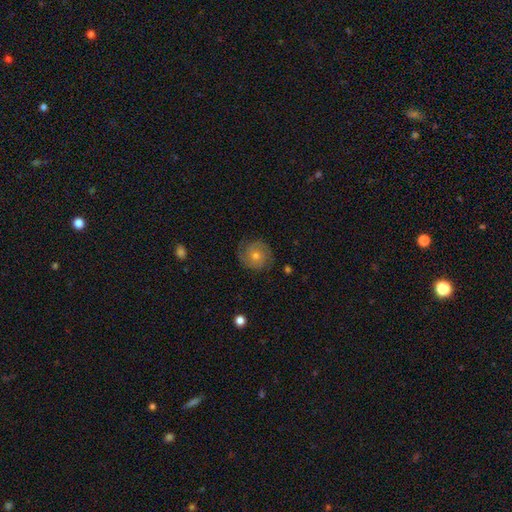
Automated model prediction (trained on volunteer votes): This appears to be a featured or disk galaxy (72%) with no bar (80%), 2 (45%) tight (65%) spiral arms (93%) and a moderate central bulge (56%). Merging: none (82%).